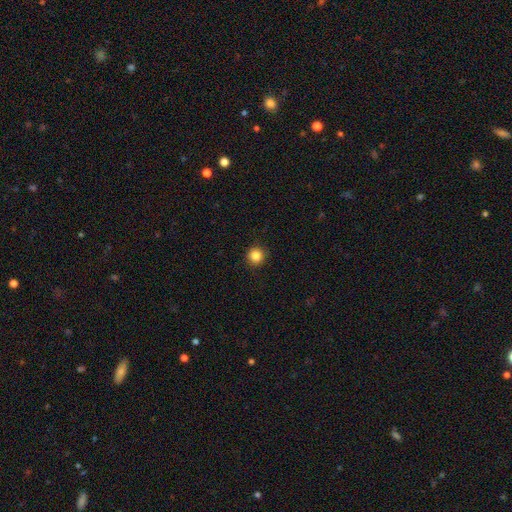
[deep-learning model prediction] Smooth or featured?
  - smooth: 85% *
  - star or artifact: 11%
  - featured or disk: 4%
How rounded?
  - round: 95% *
  - in between: 4%
  - cigar-shaped: 1%
Merging?
  - none: 92% *
  - minor disturbance: 5%
  - major disturbance: 2%
  - merger: 1%